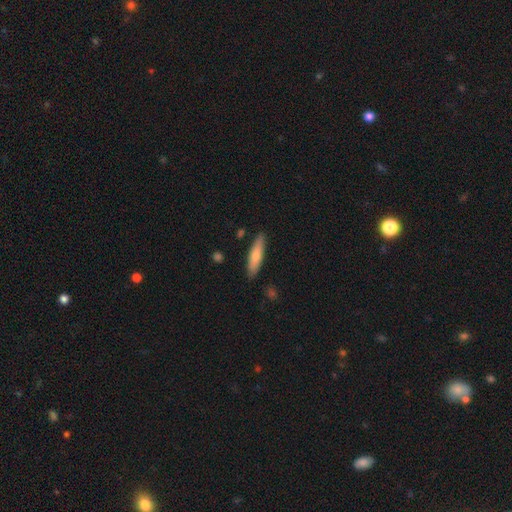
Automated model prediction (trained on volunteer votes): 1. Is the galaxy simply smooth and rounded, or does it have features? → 71% smooth, 23% featured or disk, 6% star or artifact.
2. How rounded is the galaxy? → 75% cigar-shaped, 23% in between, 2% round.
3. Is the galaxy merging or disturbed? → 86% none, 11% minor disturbance, 2% major disturbance, 2% merger.